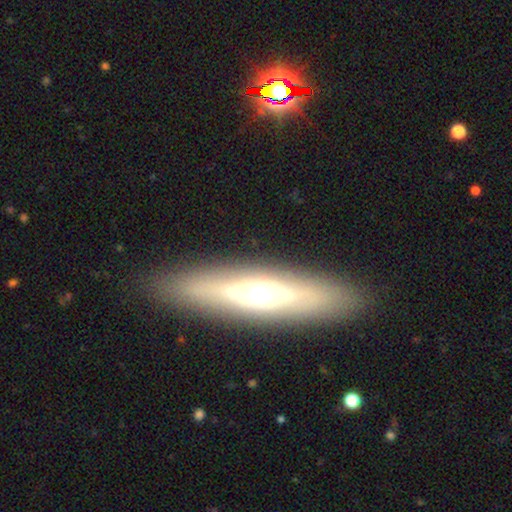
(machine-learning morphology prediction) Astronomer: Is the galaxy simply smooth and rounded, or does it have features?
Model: featured or disk — 62%.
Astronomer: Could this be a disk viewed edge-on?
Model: yes — 73%.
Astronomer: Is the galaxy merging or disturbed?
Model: none — 87%.